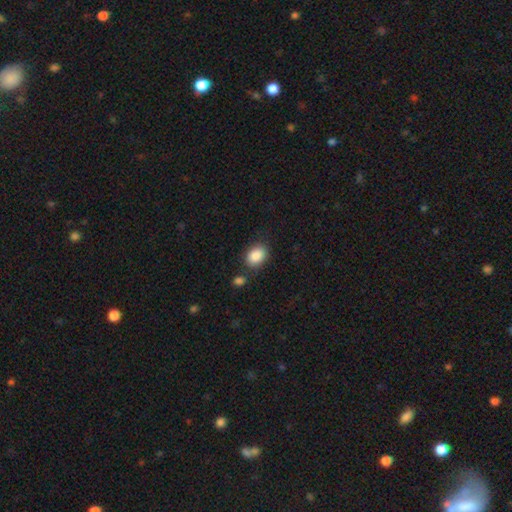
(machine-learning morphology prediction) Q: Smooth or featured?
A: smooth (88%); runner-up: star or artifact (7%)
Q: How rounded?
A: in between (72%); runner-up: round (27%)
Q: Merging?
A: none (74%); runner-up: minor disturbance (14%)